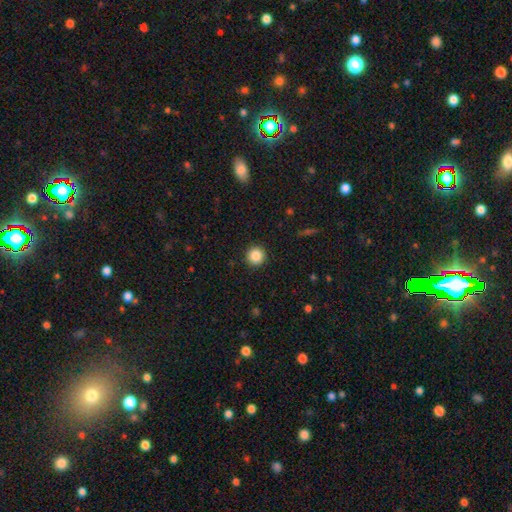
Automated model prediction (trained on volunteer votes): Smooth or featured?
  - smooth: 86% *
  - star or artifact: 10%
  - featured or disk: 4%
How rounded?
  - round: 96% *
  - in between: 3%
  - cigar-shaped: 1%
Merging?
  - none: 93% *
  - minor disturbance: 5%
  - major disturbance: 2%
  - merger: 1%